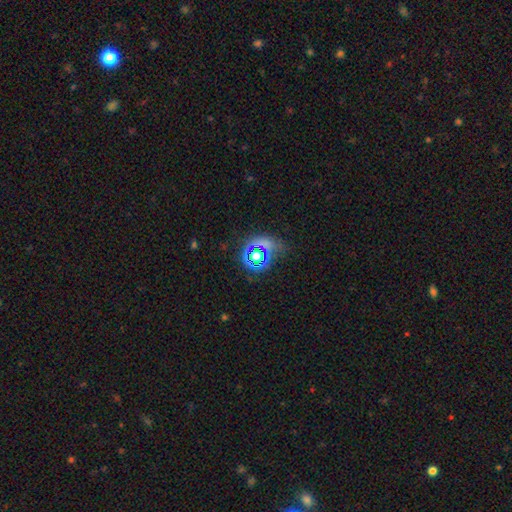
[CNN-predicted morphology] Q: Smooth or featured?
A: star or artifact (46%); runner-up: smooth (42%)